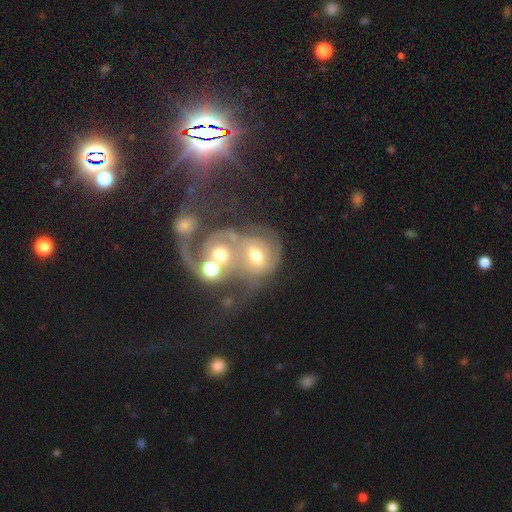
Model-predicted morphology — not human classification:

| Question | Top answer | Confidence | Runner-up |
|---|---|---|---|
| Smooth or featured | featured or disk | 65% | smooth (24%) |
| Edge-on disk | no | 97% | yes (3%) |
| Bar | no | 67% | weak (25%) |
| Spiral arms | yes | 78% | no (22%) |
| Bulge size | moderate | 65% | small (14%) |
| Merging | merger | 69% | major disturbance (14%) |